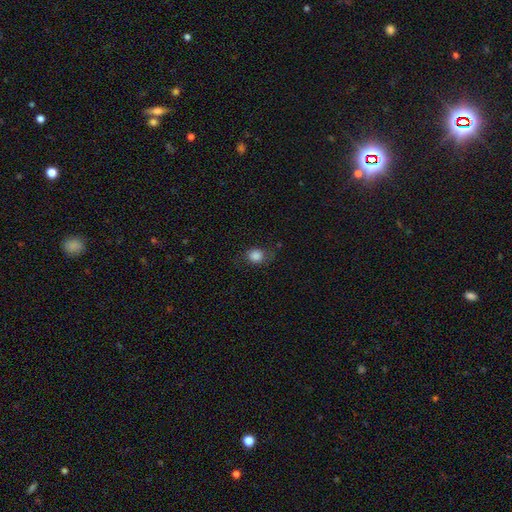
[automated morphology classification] A smooth galaxy with no disk features (83%) that is round (67%). Merging: none (70%).